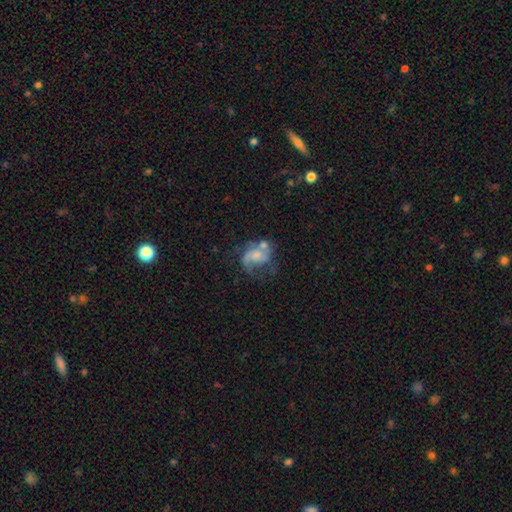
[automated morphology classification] Smooth or featured?
  - featured or disk: 64% *
  - smooth: 27%
  - star or artifact: 8%
Edge-on disk?
  - no: 98% *
  - yes: 2%
Bar?
  - no: 66% *
  - weak: 29%
  - strong: 6%
Spiral arms?
  - yes: 80% *
  - no: 20%
Bulge size?
  - small: 37% *
  - moderate: 33%
  - none: 20%
  - large: 8%
  - dominant: 2%
Merging?
  - none: 31% *
  - major disturbance: 27%
  - merger: 21%
  - minor disturbance: 20%